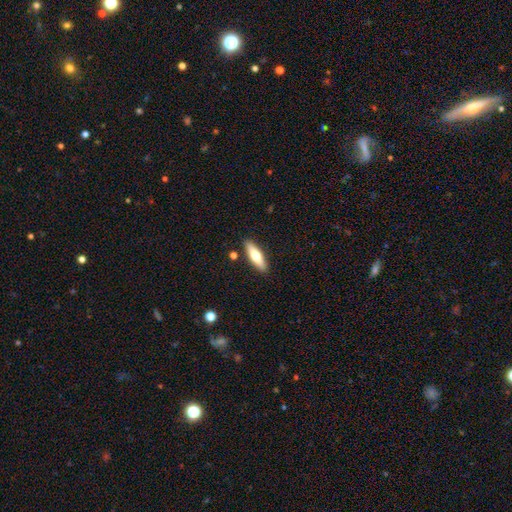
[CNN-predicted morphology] Smooth or featured? smooth (61%)
How rounded? cigar-shaped (57%)
Merging? none (88%)